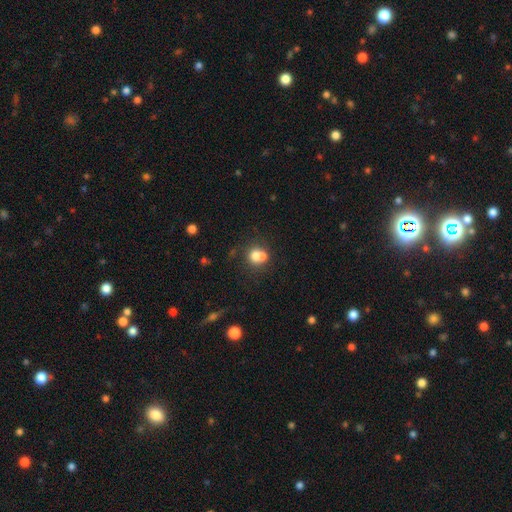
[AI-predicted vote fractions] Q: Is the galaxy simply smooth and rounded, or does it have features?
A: smooth — 71%.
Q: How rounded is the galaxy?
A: round — 81%.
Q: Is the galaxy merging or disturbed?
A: merger — 53%.